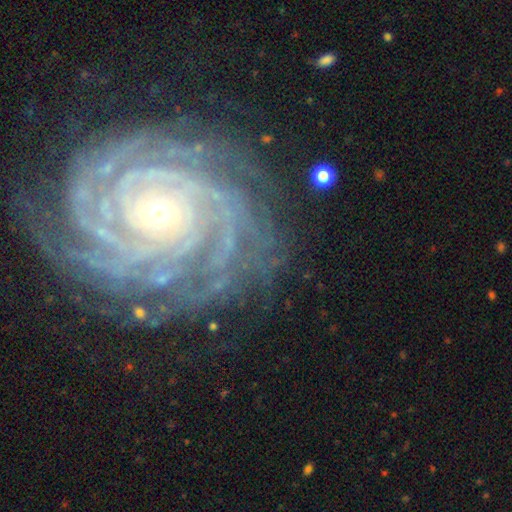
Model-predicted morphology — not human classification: smooth-or-featured: featured or disk: 90% | star or artifact: 6% | smooth: 4%
  disk-edge-on: no: 97% | yes: 3%
    bar: no: 75% | weak: 16% | strong: 9%
    has-spiral-arms: yes: 98% | no: 2%
      spiral-winding: tight: 84% | medium: 14% | loose: 2%
      spiral-arm-count: more than 4: 32% | 4: 21% | can't tell: 18% | 3: 12% | 2: 10% | 1: 8%
    bulge-size: small: 72% | moderate: 25% | large: 2% | none: 1% | dominant: 1%
  merging: none: 79% | minor disturbance: 14% | major disturbance: 6% | merger: 1%